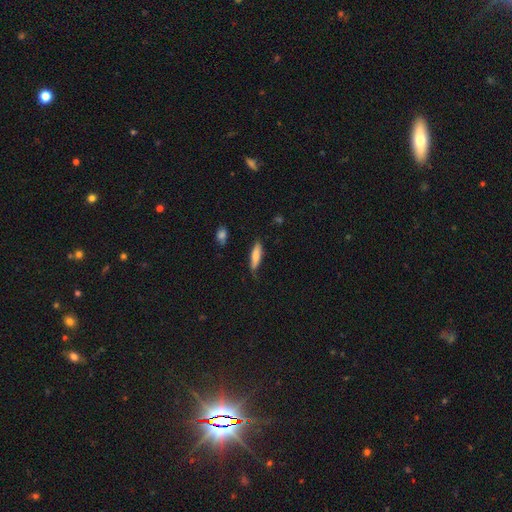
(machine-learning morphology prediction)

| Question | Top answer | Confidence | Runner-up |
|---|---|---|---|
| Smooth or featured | smooth | 79% | featured or disk (15%) |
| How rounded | cigar-shaped | 65% | in between (33%) |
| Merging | none | 66% | minor disturbance (27%) |